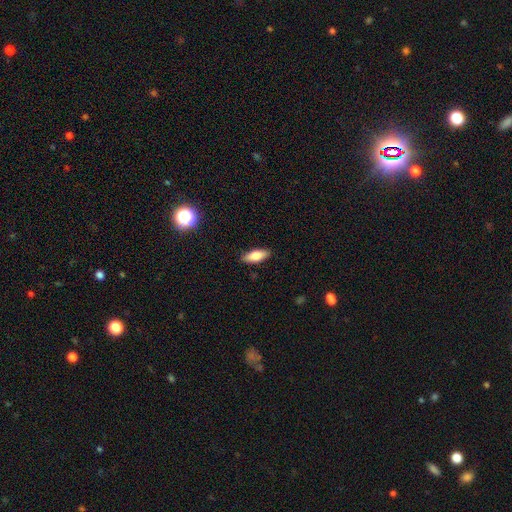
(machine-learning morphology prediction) Smooth or featured? smooth (79%)
How rounded? in between (74%)
Merging? none (88%)